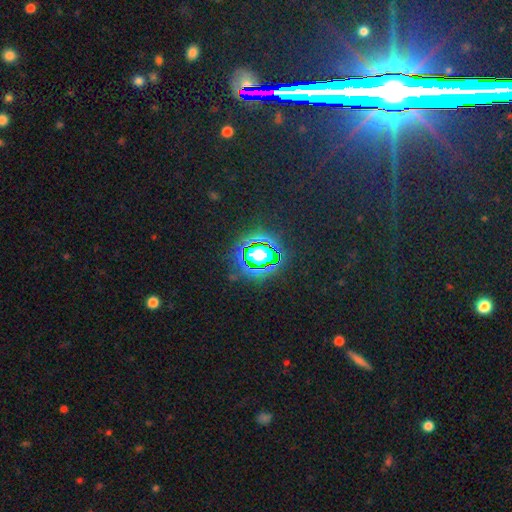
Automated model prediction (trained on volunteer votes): Morphology: type=star or artifact (76%).